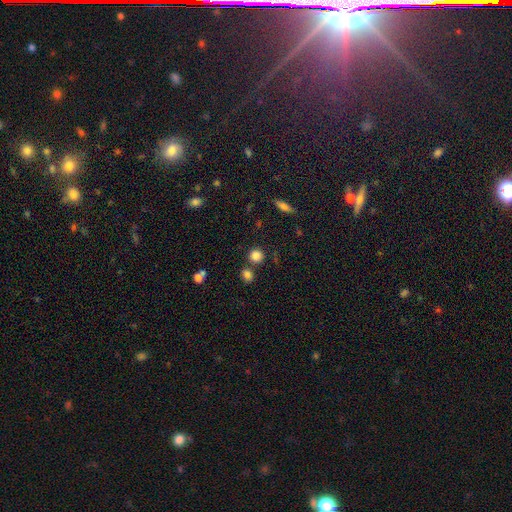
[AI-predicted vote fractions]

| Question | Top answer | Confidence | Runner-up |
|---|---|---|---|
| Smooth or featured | smooth | 83% | star or artifact (12%) |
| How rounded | round | 89% | in between (10%) |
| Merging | none | 76% | merger (14%) |